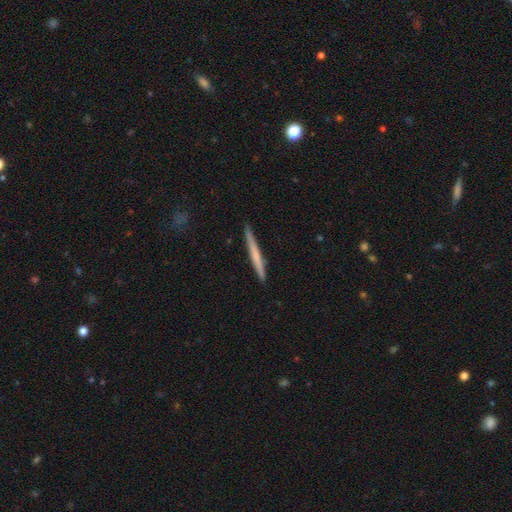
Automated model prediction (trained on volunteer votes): A smooth galaxy with no disk features (57%) that is cigar-shaped (97%).

Vote fractions:
- Smooth or featured? smooth: 57% / featured or disk: 38% / star or artifact: 5%
- How rounded? cigar-shaped: 97% / in between: 2% / round: 1%
- Merging? none: 90% / minor disturbance: 7% / major disturbance: 1% / merger: 1%